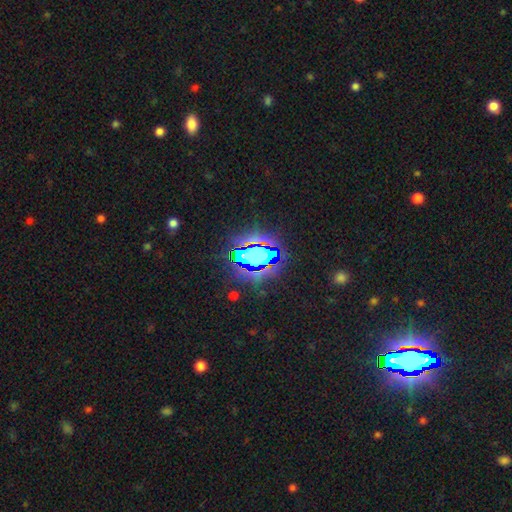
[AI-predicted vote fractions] Q: Smooth or featured?
A: star or artifact (64%); runner-up: smooth (21%)